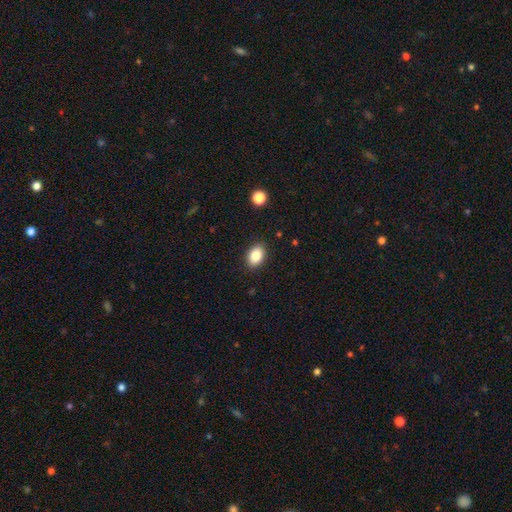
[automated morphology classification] Smooth or featured?
  - smooth: 86% *
  - star or artifact: 8%
  - featured or disk: 6%
How rounded?
  - in between: 84% *
  - round: 14%
  - cigar-shaped: 1%
Merging?
  - none: 88% *
  - minor disturbance: 9%
  - major disturbance: 2%
  - merger: 1%